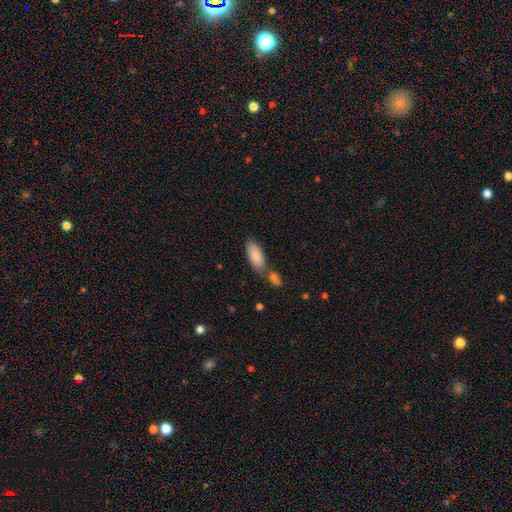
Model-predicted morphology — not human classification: smooth 86%, featured or disk 8%, star or artifact 6%. Down the decision tree: how rounded — in between (85%); merging — none (53%).